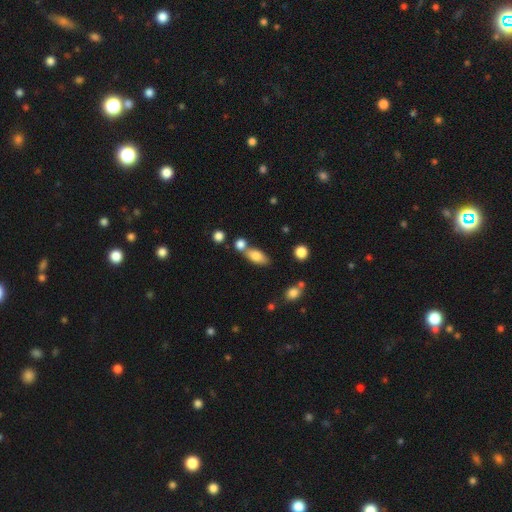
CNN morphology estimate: Smooth or featured?
  - smooth: 80% *
  - featured or disk: 12%
  - star or artifact: 9%
How rounded?
  - in between: 84% *
  - cigar-shaped: 11%
  - round: 6%
Merging?
  - none: 52% *
  - merger: 31%
  - minor disturbance: 13%
  - major disturbance: 5%